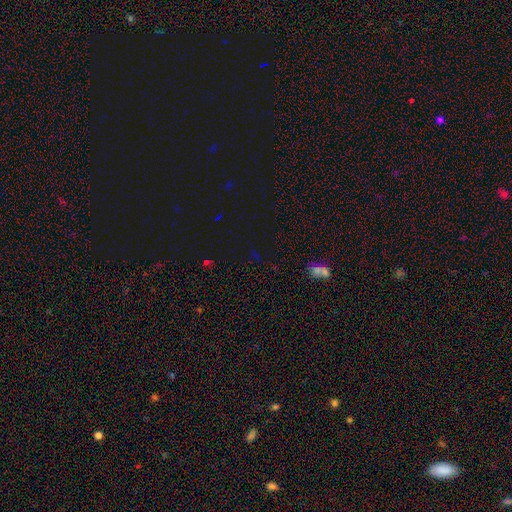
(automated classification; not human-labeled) Smooth or featured: star or artifact — 71% (smooth — 20%)